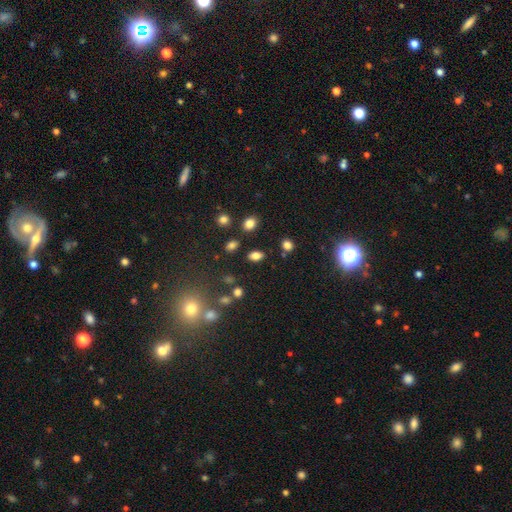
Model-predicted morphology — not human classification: smooth_or_featured: smooth (p=0.79) [alt: star or artifact p=0.13]
how_rounded: in between (p=0.86) [alt: round p=0.11]
merging: none (p=0.81) [alt: minor disturbance p=0.11]